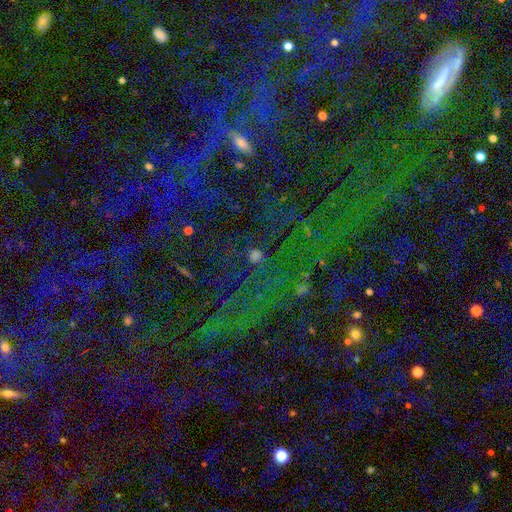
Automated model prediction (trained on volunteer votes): This appears to be a star or artifact, not a galaxy (56%).